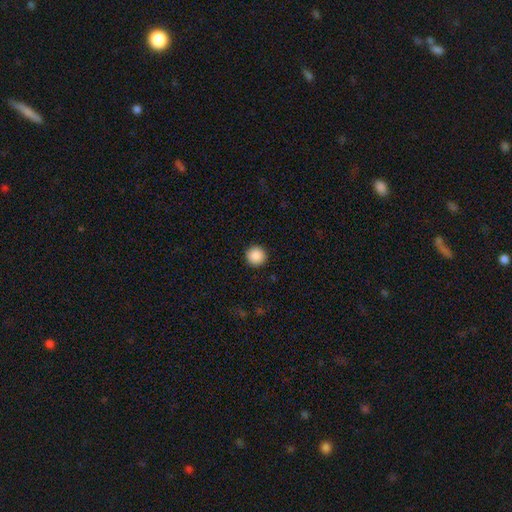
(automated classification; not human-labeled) Smooth or featured: smooth — 89% (star or artifact — 8%)
How rounded: round — 96% (in between — 3%)
Merging: none — 93% (minor disturbance — 4%)